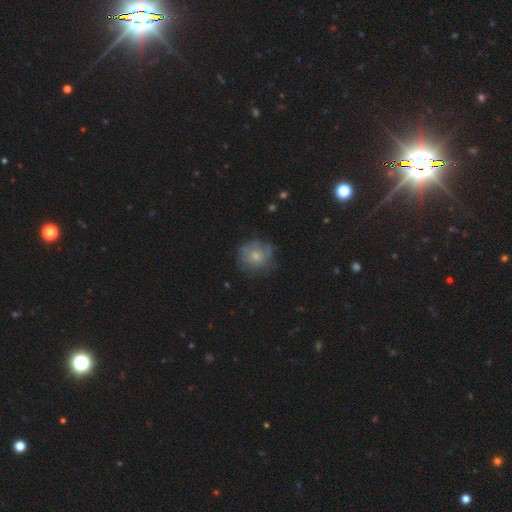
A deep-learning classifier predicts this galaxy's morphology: type=smooth (57%); roundness=round (86%); merging=none (65%).